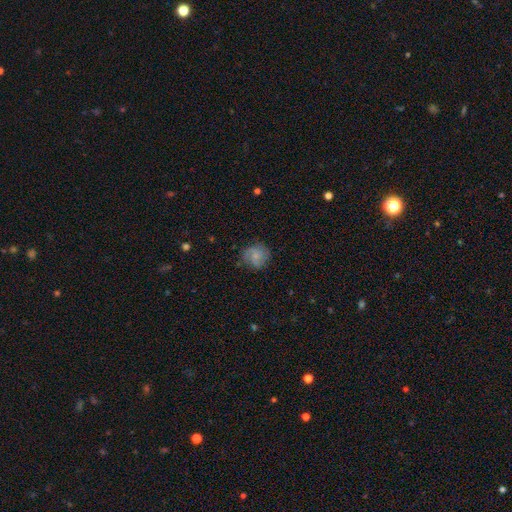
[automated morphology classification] smooth 52%, featured or disk 40%, star or artifact 8%. Down the decision tree: how rounded — round (83%); merging — none (72%).